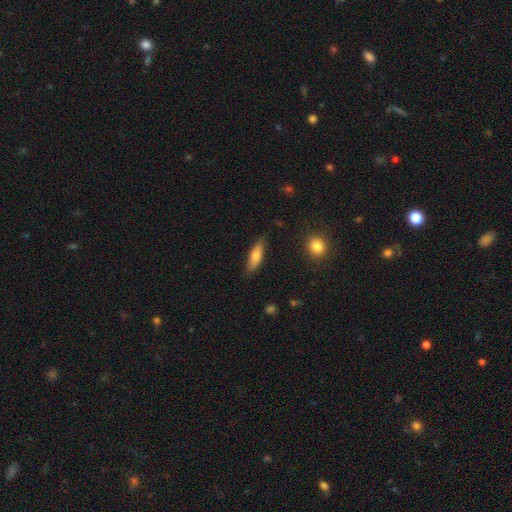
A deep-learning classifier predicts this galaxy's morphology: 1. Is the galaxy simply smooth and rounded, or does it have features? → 72% smooth, 22% featured or disk, 7% star or artifact.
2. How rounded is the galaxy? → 50% cigar-shaped, 48% in between, 2% round.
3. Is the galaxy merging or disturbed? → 81% none, 14% minor disturbance, 3% major disturbance, 2% merger.